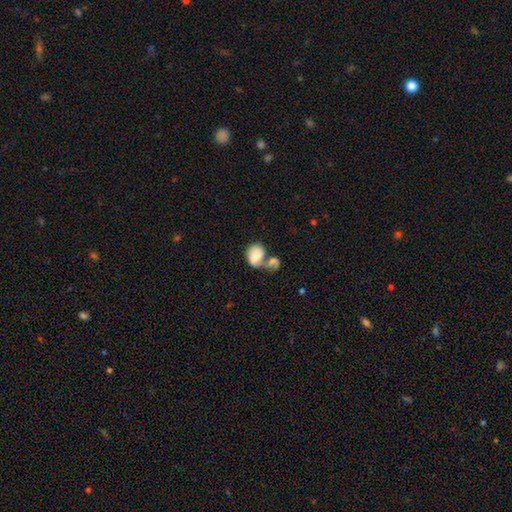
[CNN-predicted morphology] smooth_or_featured: smooth (p=0.75) [alt: featured or disk p=0.18]
how_rounded: in between (p=0.69) [alt: round p=0.30]
merging: merger (p=0.60) [alt: none p=0.18]